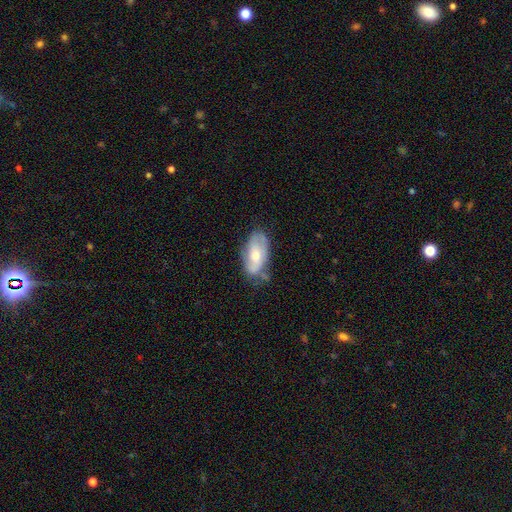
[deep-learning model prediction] The model was most divided on "smooth or featured": featured or disk: 52%, smooth: 42%, star or artifact: 6%. More confident: edge-on disk — no (92%); merging — none (57%).